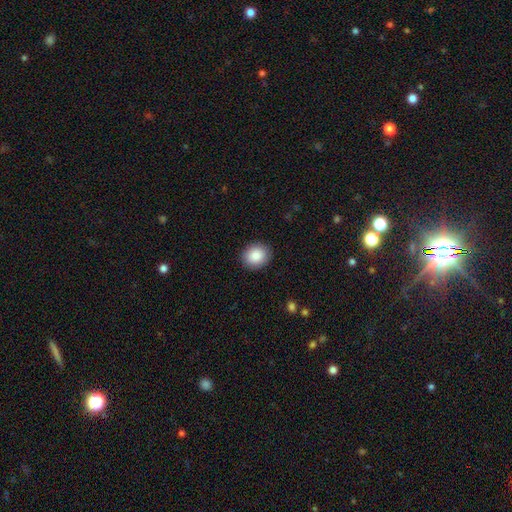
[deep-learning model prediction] The model was most divided on "how rounded": round: 69%, in between: 30%, cigar-shaped: 1%. More confident: merging — none (90%); smooth or featured — smooth (87%).